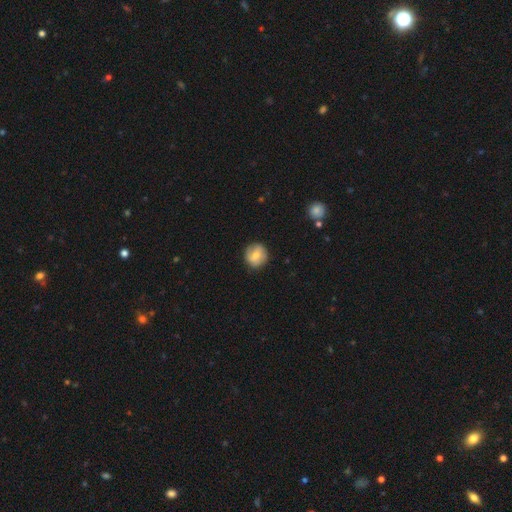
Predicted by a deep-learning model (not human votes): Overall: smooth (65%; featured or disk 28%). How rounded: round (89%). Merging: none (82%).